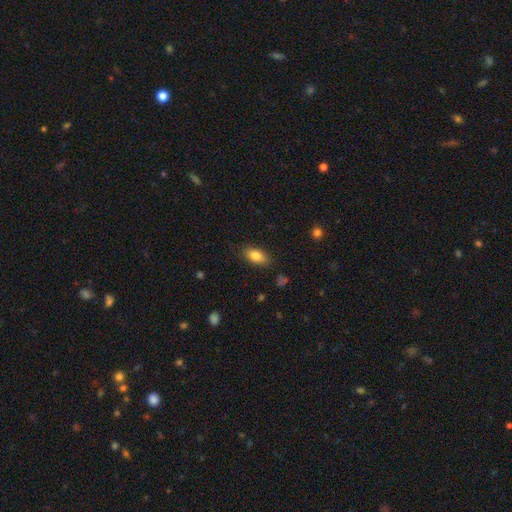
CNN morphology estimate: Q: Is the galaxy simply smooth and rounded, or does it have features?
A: smooth — 84%.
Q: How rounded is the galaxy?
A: in between — 88%.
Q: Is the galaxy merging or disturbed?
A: none — 84%.